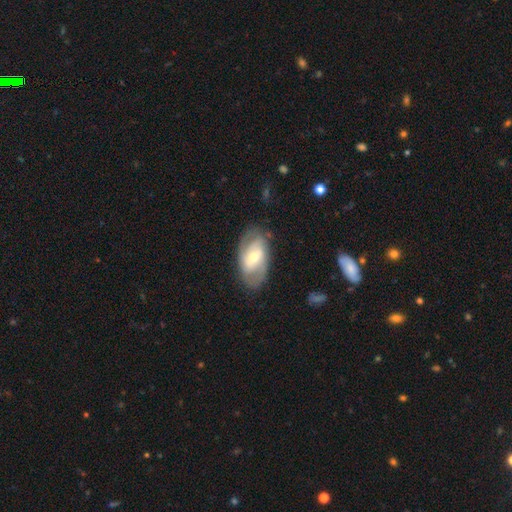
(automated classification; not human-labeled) featured or disk 71%, smooth 22%, star or artifact 7%. Down the decision tree: edge-on disk — no (94%); bar — weak (44%); spiral arms — yes (85%); spiral arm count — 2 (63%); spiral winding — tight (47%); bulge size — moderate (54%); merging — none (78%).